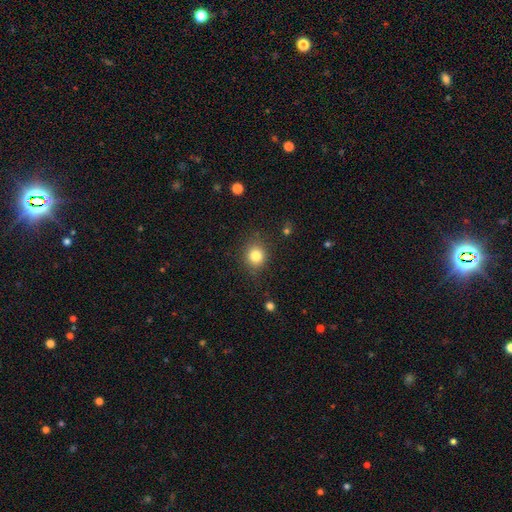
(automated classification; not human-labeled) A smooth galaxy with no disk features (82%) that is round (79%). Merging: none (83%).